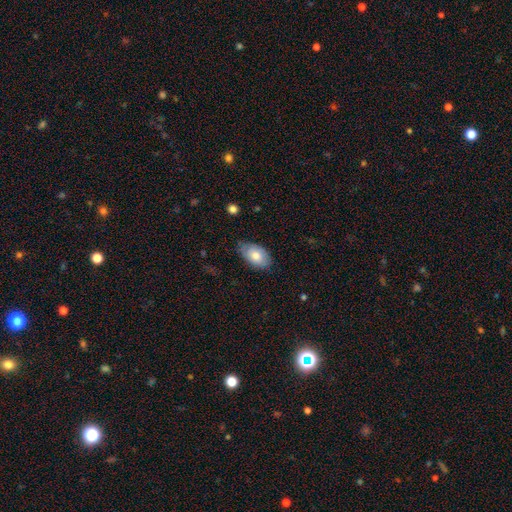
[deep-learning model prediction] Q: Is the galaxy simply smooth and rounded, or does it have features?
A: smooth — 76%.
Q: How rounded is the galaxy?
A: in between — 93%.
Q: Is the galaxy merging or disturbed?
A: none — 75%.